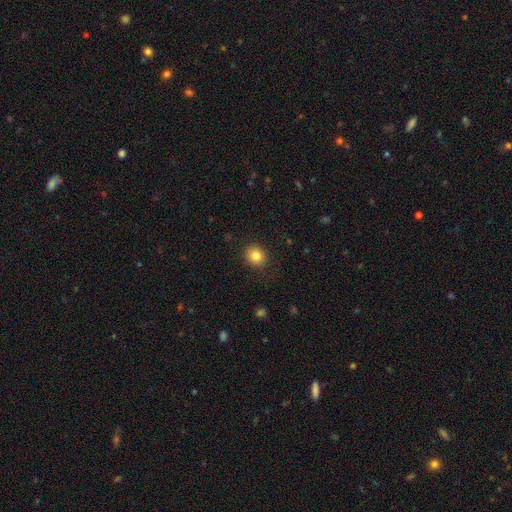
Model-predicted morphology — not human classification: A smooth galaxy with no disk features (83%) that is round (81%).

Vote fractions:
- Smooth or featured? smooth: 83% / star or artifact: 10% / featured or disk: 7%
- How rounded? round: 81% / in between: 18% / cigar-shaped: 1%
- Merging? none: 89% / minor disturbance: 8% / major disturbance: 2% / merger: 1%